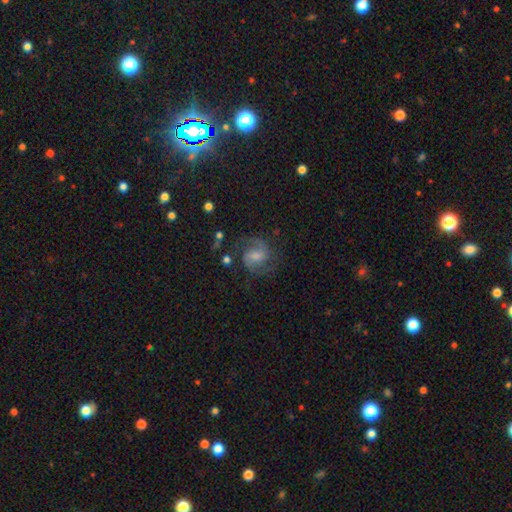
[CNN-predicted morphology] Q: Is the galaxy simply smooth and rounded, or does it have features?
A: featured or disk — 79%.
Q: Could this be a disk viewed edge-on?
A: no — 98%.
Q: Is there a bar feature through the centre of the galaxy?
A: weak — 48%.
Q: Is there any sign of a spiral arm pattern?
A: yes — 96%.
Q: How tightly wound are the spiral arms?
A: medium — 58%.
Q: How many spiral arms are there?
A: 2 — 90%.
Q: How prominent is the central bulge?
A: small — 45%.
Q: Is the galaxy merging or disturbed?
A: none — 78%.